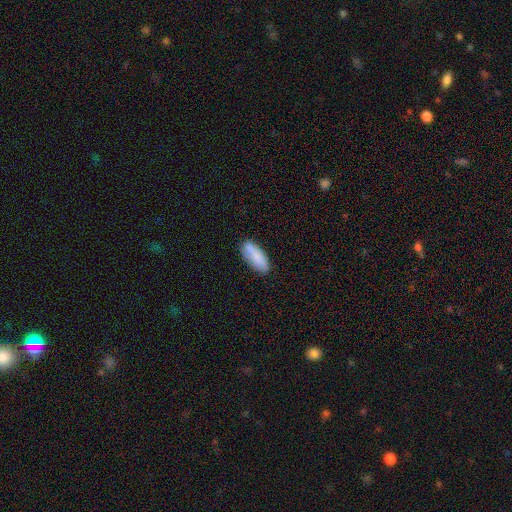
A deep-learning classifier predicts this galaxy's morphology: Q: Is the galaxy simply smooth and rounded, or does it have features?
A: smooth — 79%.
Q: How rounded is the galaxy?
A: in between — 70%.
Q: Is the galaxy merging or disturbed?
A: none — 72%.